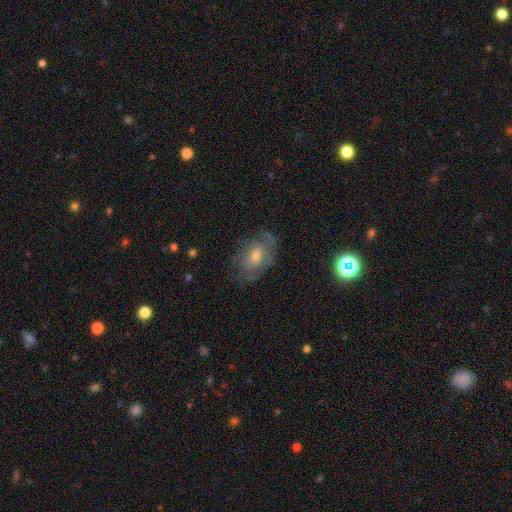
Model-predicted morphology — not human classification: smooth-or-featured: featured or disk: 56% | smooth: 31% | star or artifact: 13%
  disk-edge-on: no: 95% | yes: 5%
    bar: no: 74% | weak: 22% | strong: 4%
    has-spiral-arms: yes: 68% | no: 32%
    bulge-size: small: 49% | moderate: 45% | large: 3% | none: 2% | dominant: 1%
  merging: none: 58% | minor disturbance: 23% | major disturbance: 17% | merger: 2%